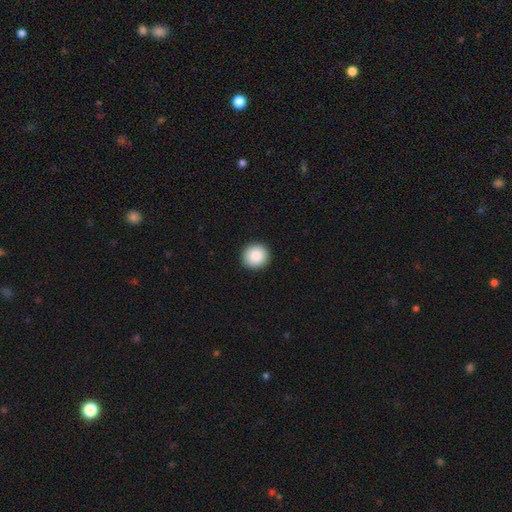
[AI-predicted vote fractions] This is clearly a smooth galaxy (88%). How rounded: clearly round (93%). Merging: clearly none (93%).